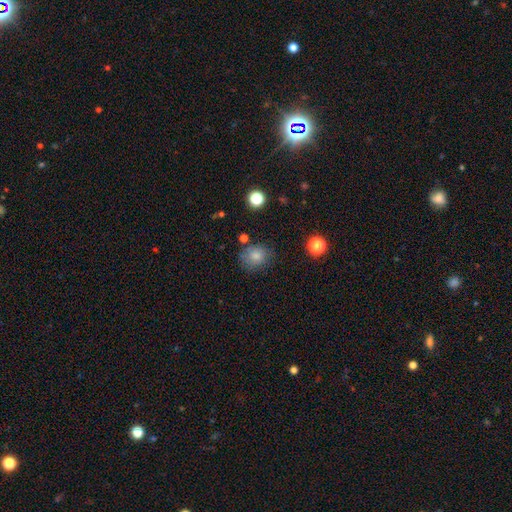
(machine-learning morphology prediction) Smooth or featured? Predicted: smooth (p=0.80). How rounded? Predicted: round (p=0.71). Merging? Predicted: none (p=0.73).